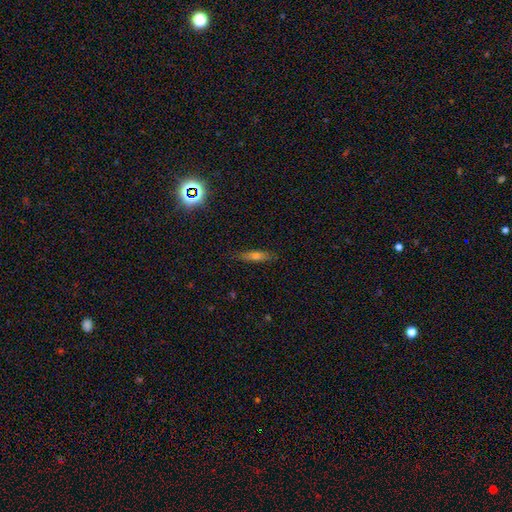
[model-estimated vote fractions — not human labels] smooth 54%, featured or disk 31%, star or artifact 16%. Down the decision tree: how rounded — cigar-shaped (75%); merging — none (84%).